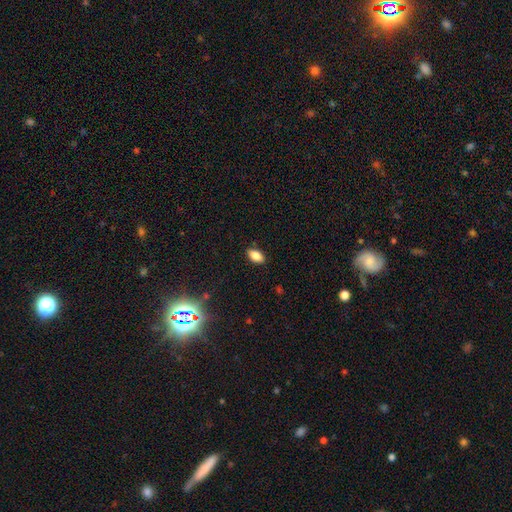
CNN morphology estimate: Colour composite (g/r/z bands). It shows a smooth galaxy with no disk features (84%) that is in between round and cigar-shaped (90%). Merging: none (87%).